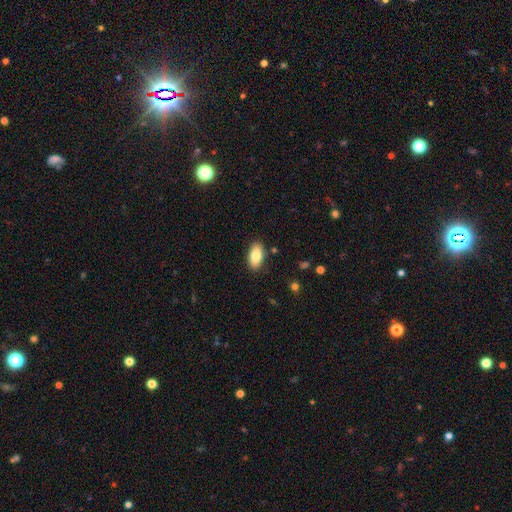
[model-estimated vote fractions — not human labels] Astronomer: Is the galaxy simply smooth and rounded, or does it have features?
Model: smooth — 84%.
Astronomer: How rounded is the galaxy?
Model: in between — 91%.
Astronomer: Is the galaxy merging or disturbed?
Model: none — 87%.